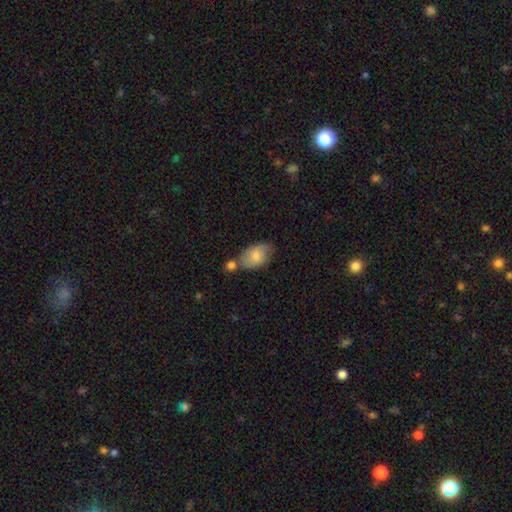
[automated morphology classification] The model was most divided on "merging": none: 54%, minor disturbance: 21%, merger: 19%, major disturbance: 6%. More confident: how rounded — in between (87%); smooth or featured — smooth (71%).